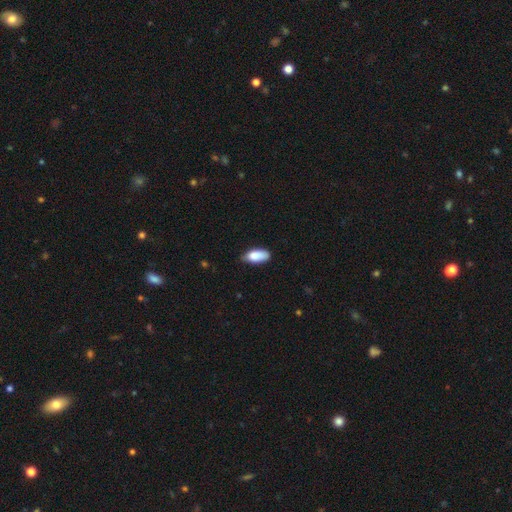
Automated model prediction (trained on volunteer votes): Smooth or featured? smooth (84%)
How rounded? in between (89%)
Merging? none (64%)